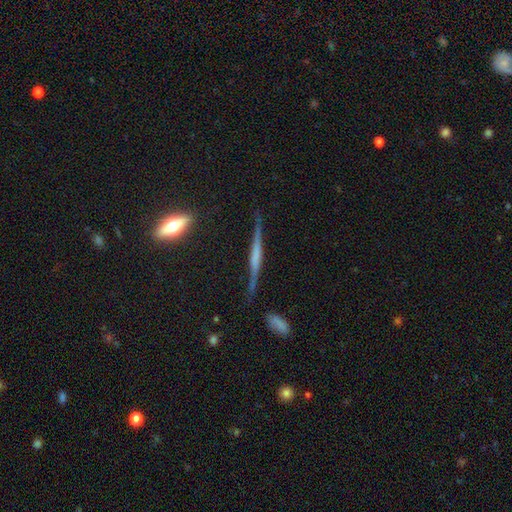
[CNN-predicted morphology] A featured or disk galaxy (74%) viewed edge-on (96%) with a rounded central bulge (40%).

Vote fractions:
- Smooth or featured? featured or disk: 74% / smooth: 17% / star or artifact: 9%
- Edge-on disk? yes: 96% / no: 4%
- Edge-on bulge? rounded: 40% / boxy: 31% / none: 29%
- Merging? none: 79% / minor disturbance: 15% / major disturbance: 4% / merger: 2%